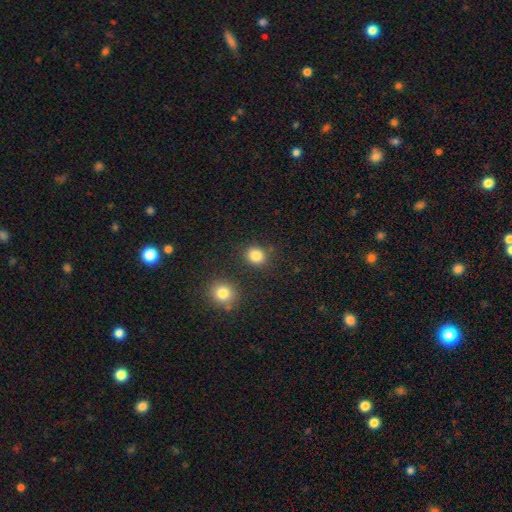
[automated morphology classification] Smooth or featured? Predicted: smooth (p=0.84). How rounded? Predicted: round (p=0.72). Merging? Predicted: none (p=0.81).